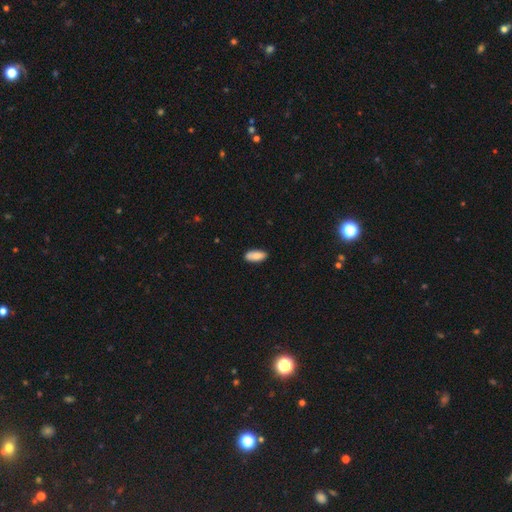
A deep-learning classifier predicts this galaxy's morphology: This appears to be a smooth galaxy with no disk features (83%) that is in between round and cigar-shaped (84%). Merging: none (85%).